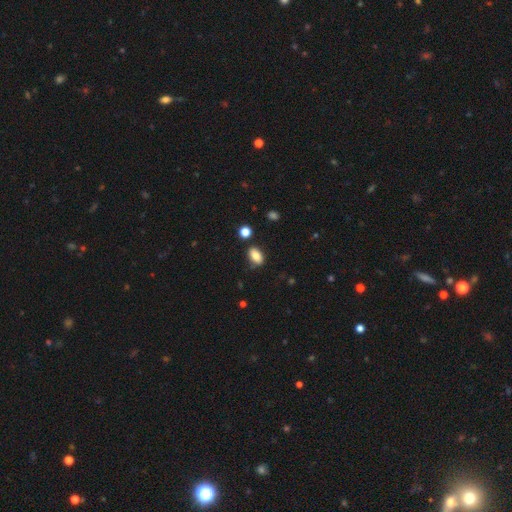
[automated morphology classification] A smooth galaxy with no disk features (82%) that is in between round and cigar-shaped (89%). Merging: none (75%).